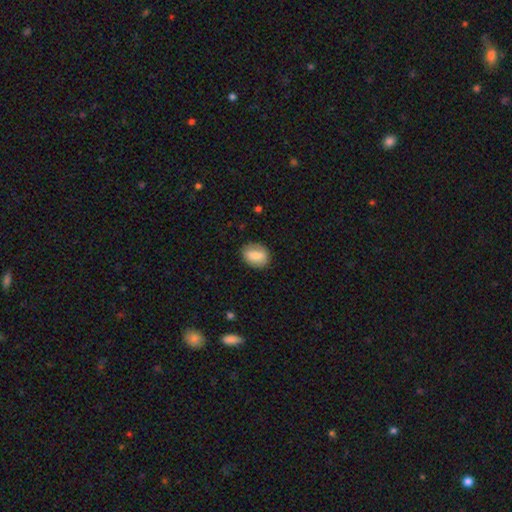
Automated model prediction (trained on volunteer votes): Smooth or featured?
  - smooth: 75% *
  - featured or disk: 18%
  - star or artifact: 7%
How rounded?
  - in between: 61% *
  - round: 37%
  - cigar-shaped: 2%
Merging?
  - none: 81% *
  - minor disturbance: 14%
  - major disturbance: 4%
  - merger: 1%